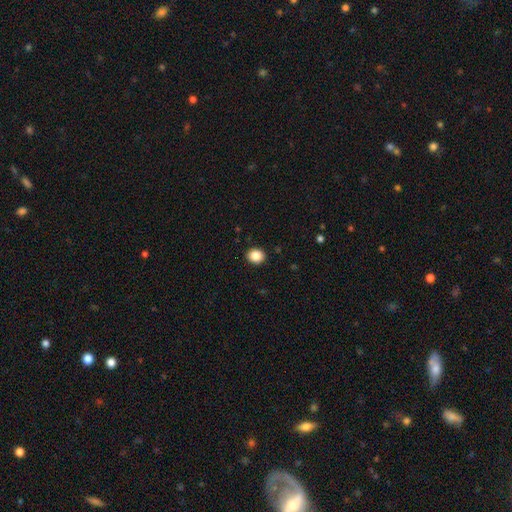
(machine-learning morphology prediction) A smooth galaxy with no disk features (86%) that is round (68%). Merging: none (91%).